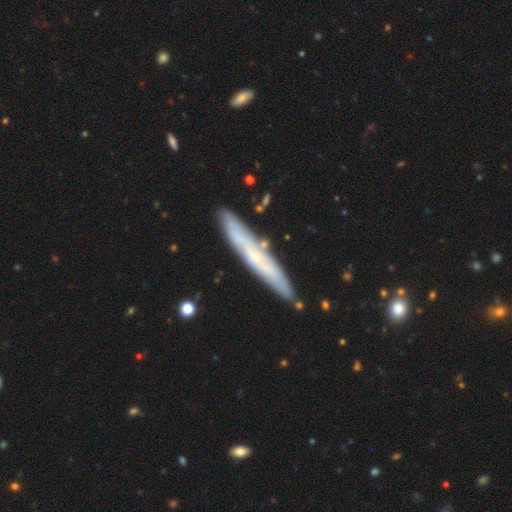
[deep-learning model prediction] A featured or disk galaxy (58%) viewed edge-on (79%).

Vote fractions:
- Smooth or featured? featured or disk: 58% / smooth: 35% / star or artifact: 7%
- Edge-on disk? yes: 79% / no: 21%
- Merging? none: 84% / minor disturbance: 11% / merger: 3% / major disturbance: 2%